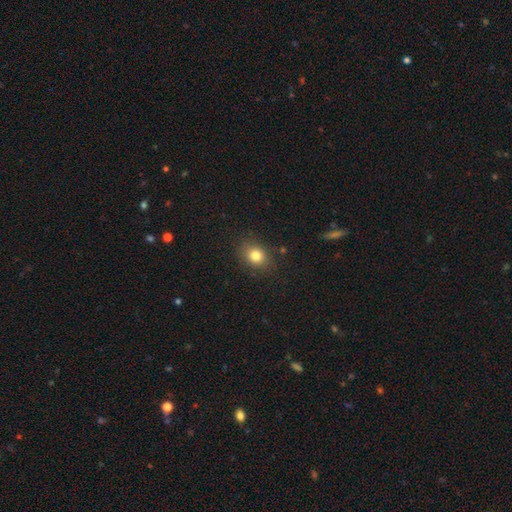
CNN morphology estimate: type=smooth (81%); roundness=round (51%); merging=none (84%).